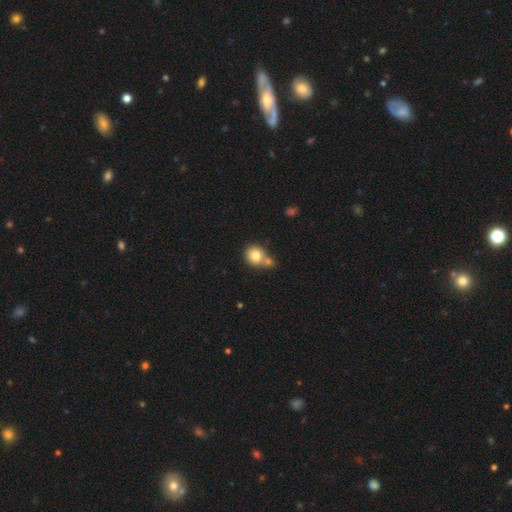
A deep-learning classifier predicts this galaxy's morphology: Smooth or featured: smooth — 79% (featured or disk — 11%)
How rounded: round — 80% (in between — 19%)
Merging: none — 46% (merger — 39%)